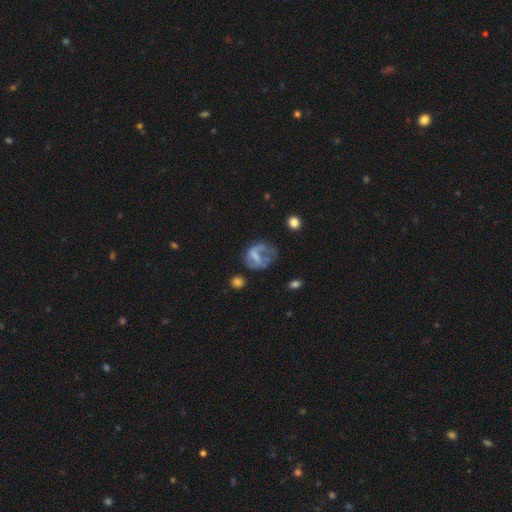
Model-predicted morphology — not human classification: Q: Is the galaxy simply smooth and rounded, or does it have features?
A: featured or disk — 50%.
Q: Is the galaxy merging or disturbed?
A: major disturbance — 42%.